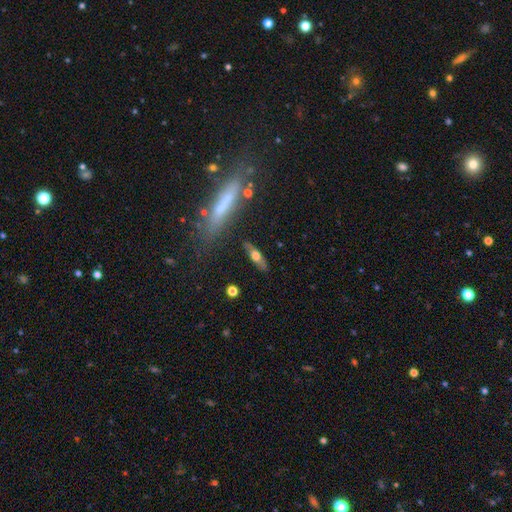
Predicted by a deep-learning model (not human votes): Morphology: type=smooth (50%); merging=none (79%).